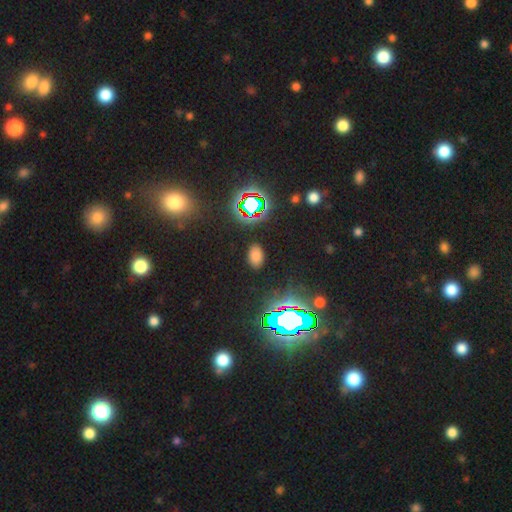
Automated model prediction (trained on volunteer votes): Morphology: type=smooth (64%); roundness=in between (87%); merging=none (88%).